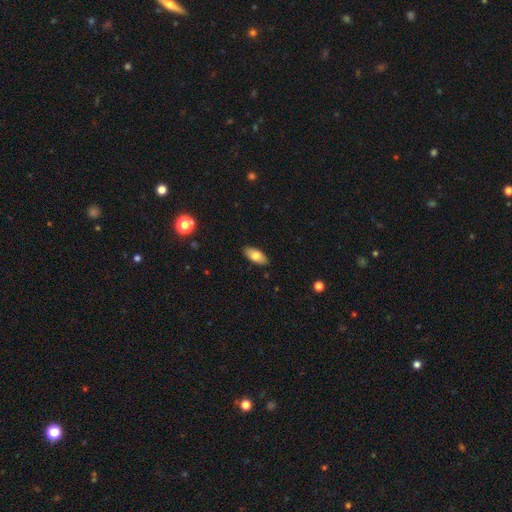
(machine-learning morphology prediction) type=smooth (77%); roundness=in between (89%); merging=none (88%).